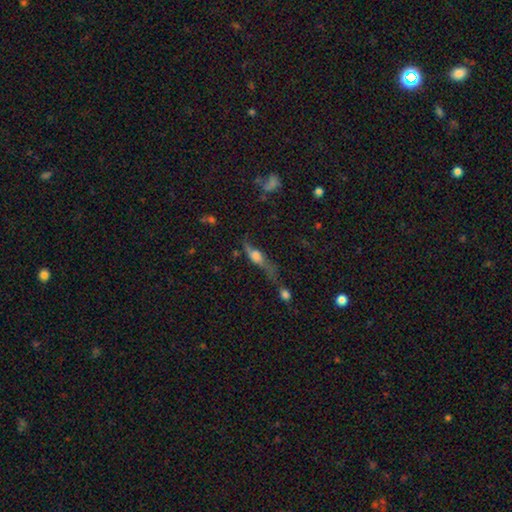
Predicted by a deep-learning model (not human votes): A featured or disk galaxy (49%). Merging: none (34%).